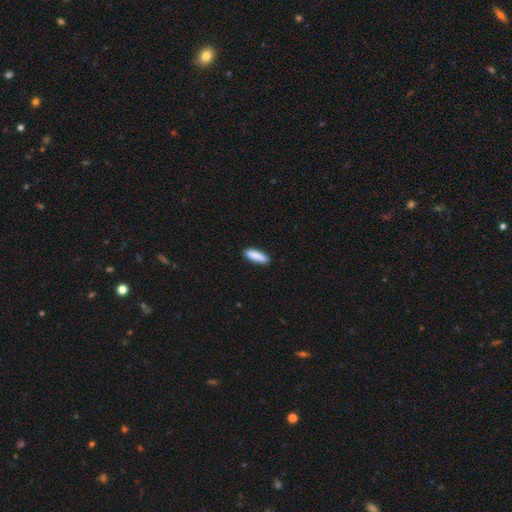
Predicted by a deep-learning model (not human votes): smooth 88%, featured or disk 6%, star or artifact 6%. Down the decision tree: how rounded — cigar-shaped (58%); merging — none (88%).